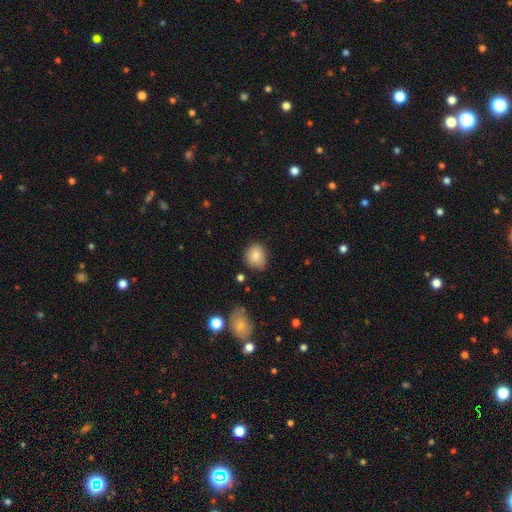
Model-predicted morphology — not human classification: smooth-or-featured: smooth: 82% | star or artifact: 9% | featured or disk: 8%
  how-rounded: round: 67% | in between: 32% | cigar-shaped: 1%
  merging: none: 69% | minor disturbance: 25% | major disturbance: 4% | merger: 2%